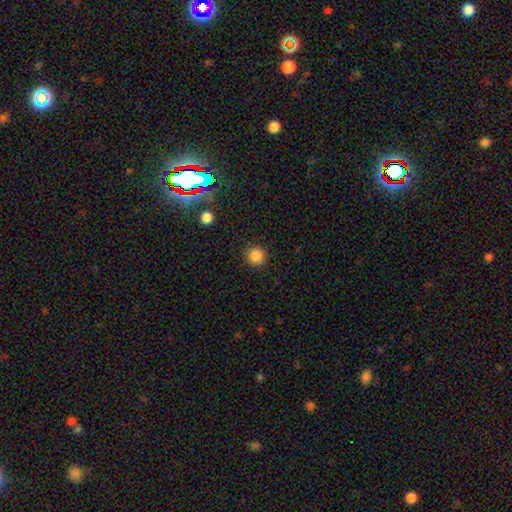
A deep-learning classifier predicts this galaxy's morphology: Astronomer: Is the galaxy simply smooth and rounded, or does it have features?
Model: smooth — 86%.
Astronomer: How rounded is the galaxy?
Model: round — 94%.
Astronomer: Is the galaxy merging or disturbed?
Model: none — 90%.